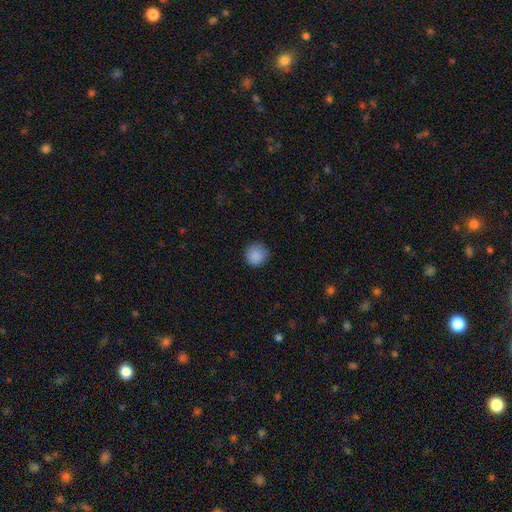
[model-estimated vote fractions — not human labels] Smooth or featured: smooth — 88% (star or artifact — 9%)
How rounded: round — 94% (in between — 5%)
Merging: none — 86% (minor disturbance — 10%)